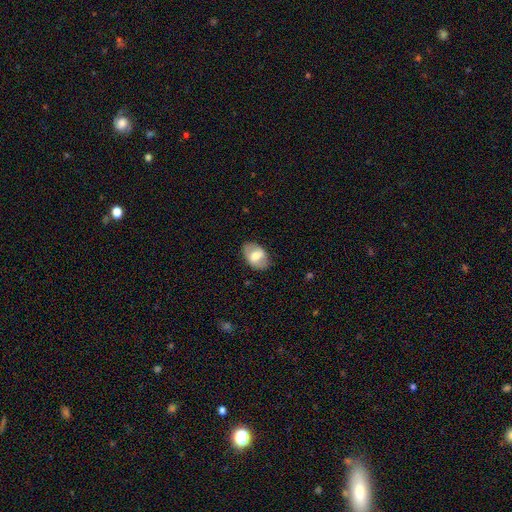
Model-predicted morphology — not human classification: smooth 51%, featured or disk 43%, star or artifact 7%. Down the decision tree: how rounded — in between (86%); merging — none (79%).